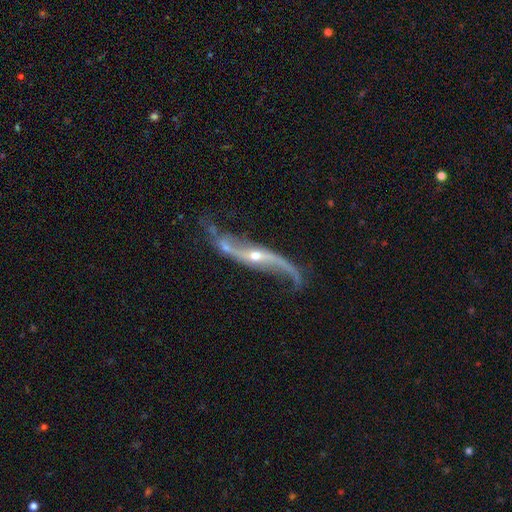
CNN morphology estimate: Smooth or featured?
  - featured or disk: 89% *
  - smooth: 6%
  - star or artifact: 5%
Edge-on disk?
  - no: 81% *
  - yes: 19%
Bar?
  - no: 42% *
  - strong: 30%
  - weak: 28%
Spiral arms?
  - yes: 94% *
  - no: 6%
Spiral winding?
  - loose: 93% *
  - medium: 4%
  - tight: 2%
Spiral arm count?
  - 2: 92% *
  - 1: 3%
  - can't tell: 2%
  - 3: 1%
  - 4: 1%
  - more than 4: 1%
Bulge size?
  - small: 48% *
  - moderate: 47%
  - large: 2%
  - none: 2%
  - dominant: 1%
Merging?
  - none: 55% *
  - minor disturbance: 22%
  - major disturbance: 15%
  - merger: 8%